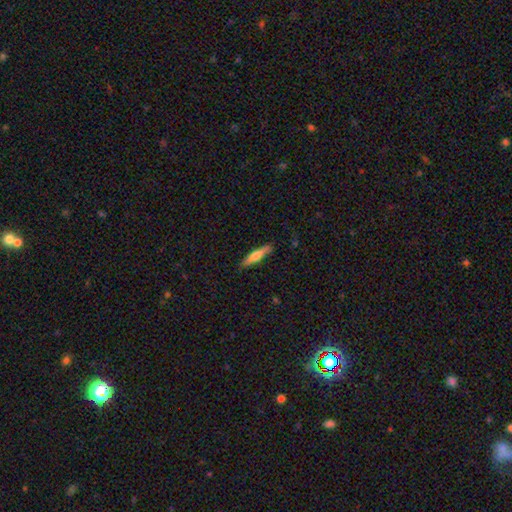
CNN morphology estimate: smooth 53%, featured or disk 41%, star or artifact 6%. Down the decision tree: how rounded — cigar-shaped (87%); merging — none (87%).